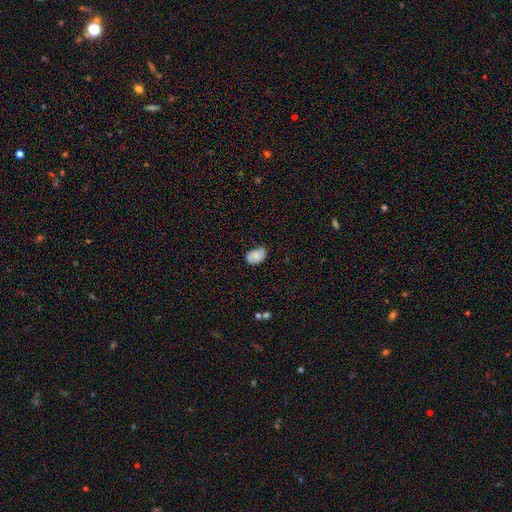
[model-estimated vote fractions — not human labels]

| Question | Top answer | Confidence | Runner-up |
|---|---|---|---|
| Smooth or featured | smooth | 68% | featured or disk (24%) |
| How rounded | in between | 82% | round (17%) |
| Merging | none | 61% | minor disturbance (30%) |